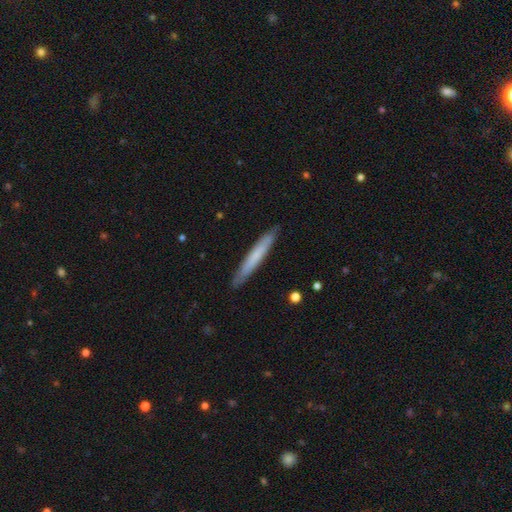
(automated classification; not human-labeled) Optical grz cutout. It shows a smooth galaxy with no disk features (63%) that is cigar-shaped (96%). Merging: none (89%).